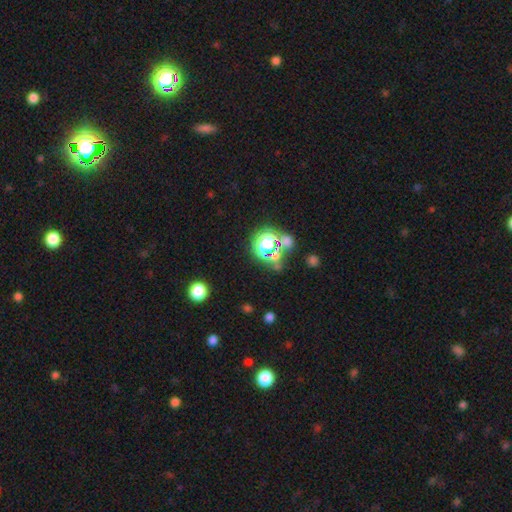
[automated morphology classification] Smooth or featured: star or artifact — 54% (smooth — 35%)